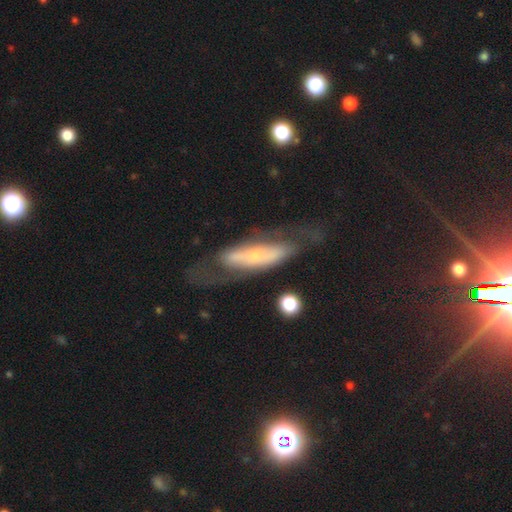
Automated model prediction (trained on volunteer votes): This is likely a featured or disk galaxy (66%). It is likely not viewed edge-on (67%). Merging: possibly none (58%).